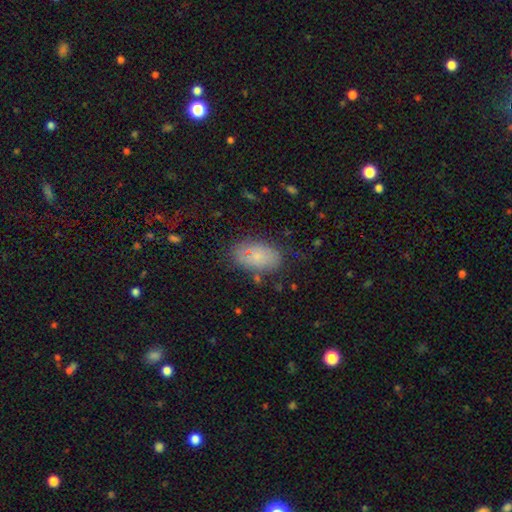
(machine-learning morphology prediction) Smooth or featured? smooth (69%)
How rounded? in between (91%)
Merging? none (73%)